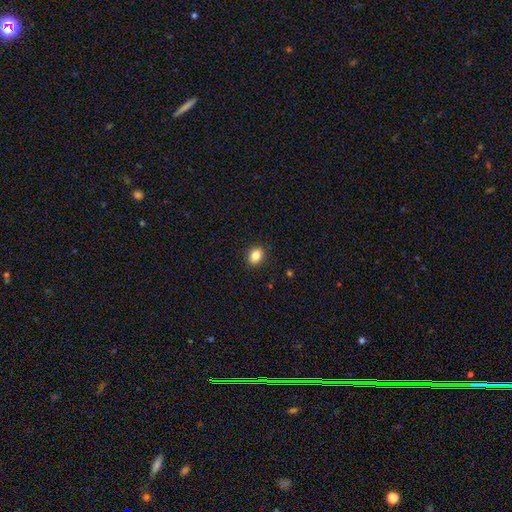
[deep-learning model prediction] This is clearly a smooth galaxy (85%). How rounded: possibly in between (58%). Merging: clearly none (90%).